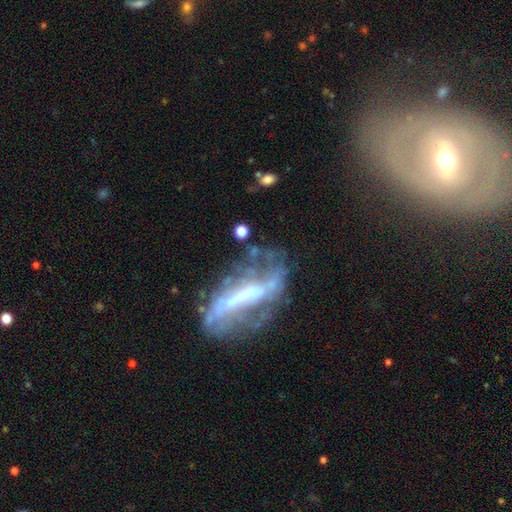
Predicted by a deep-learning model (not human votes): Smooth or featured: featured or disk — 70% (smooth — 17%)
Edge-on disk: no — 84% (yes — 16%)
Bar: strong — 52% (no — 24%)
Spiral arms: no — 52% (yes — 48%)
Bulge size: none — 33% (moderate — 29%)
Merging: none — 42% (major disturbance — 28%)